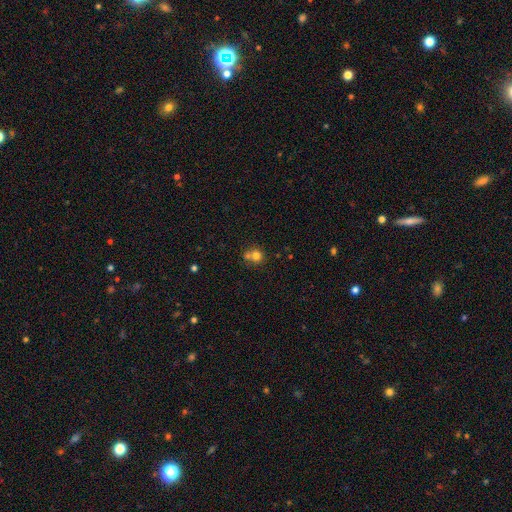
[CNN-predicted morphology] smooth 75%, star or artifact 13%, featured or disk 12%. Down the decision tree: how rounded — round (86%); merging — none (45%).